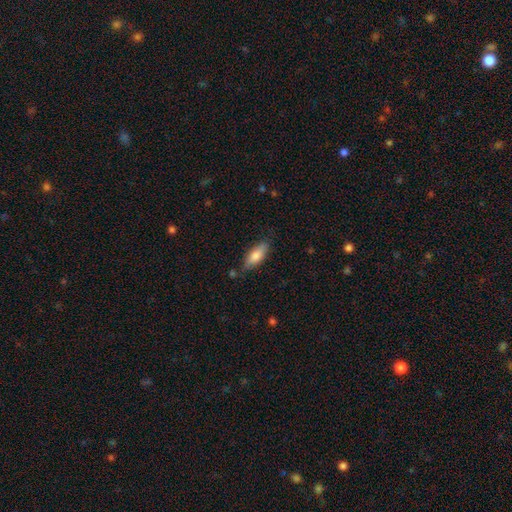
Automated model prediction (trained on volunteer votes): Smooth or featured: smooth — 76% (featured or disk — 18%)
How rounded: in between — 72% (cigar-shaped — 26%)
Merging: none — 74% (minor disturbance — 19%)